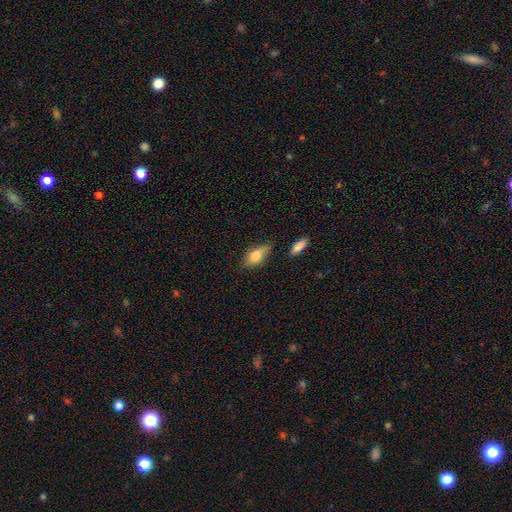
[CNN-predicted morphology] Overall: smooth (76%). How rounded: in between (82%). Merging: none (51%; minor disturbance 34%).